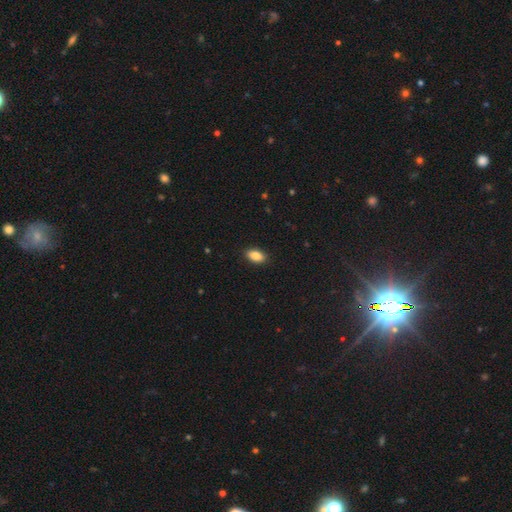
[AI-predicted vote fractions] This is clearly a smooth galaxy (86%). How rounded: clearly in between (91%). Merging: clearly none (90%).